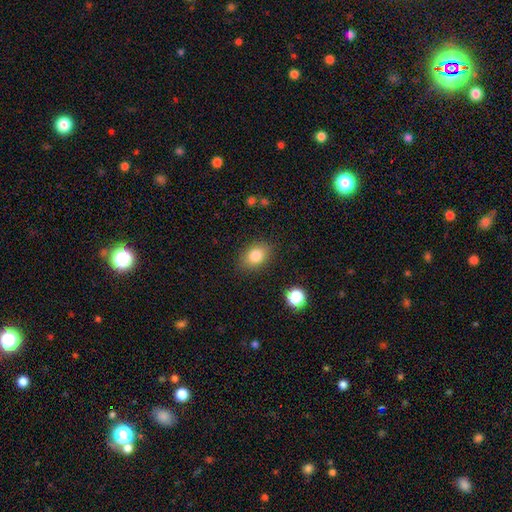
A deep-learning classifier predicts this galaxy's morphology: Smooth or featured? smooth (82%)
How rounded? in between (75%)
Merging? none (85%)